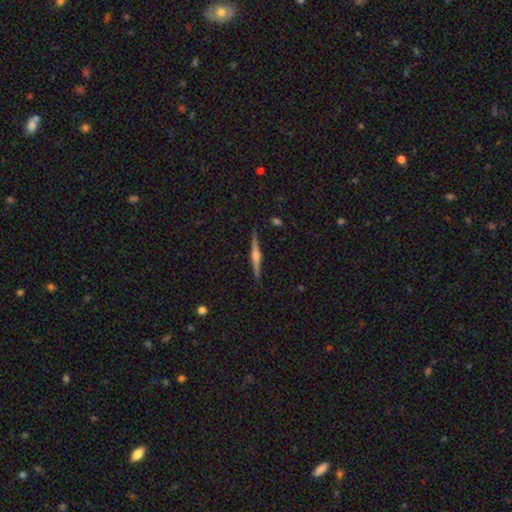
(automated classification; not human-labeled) This is likely a featured or disk galaxy (78%). It is clearly viewed edge-on (98%). Edge-on bulge: clearly rounded (83%). Merging: clearly none (91%).